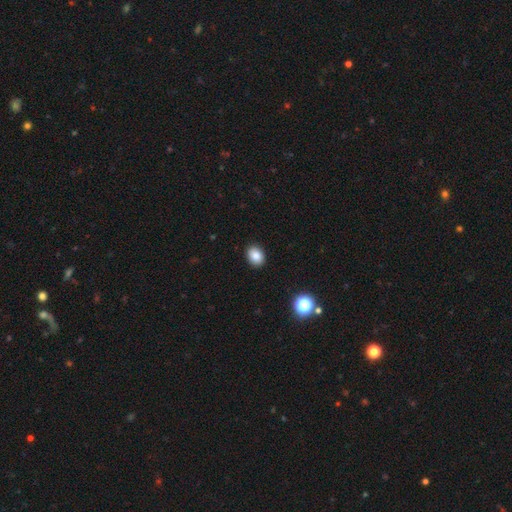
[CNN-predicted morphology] smooth 86%, star or artifact 9%, featured or disk 5%. Down the decision tree: how rounded — in between (64%); merging — none (91%).